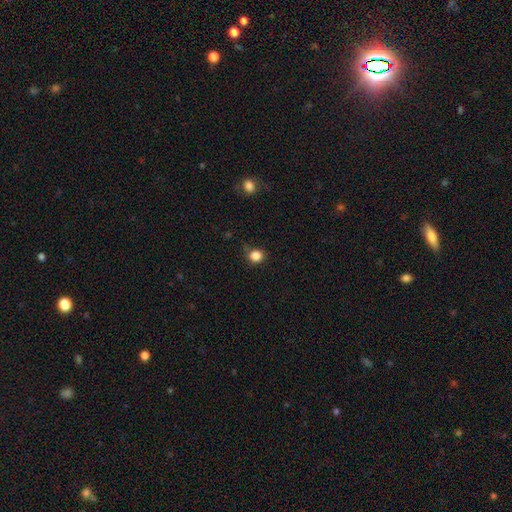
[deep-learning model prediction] Smooth or featured? smooth (84%)
How rounded? round (85%)
Merging? none (76%)